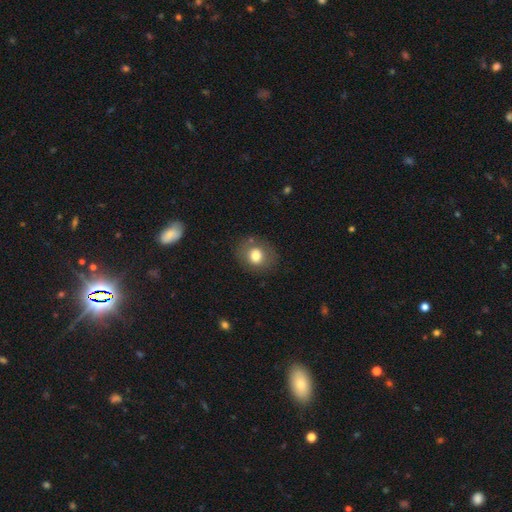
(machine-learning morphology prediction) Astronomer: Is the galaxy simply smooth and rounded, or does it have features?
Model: smooth — 76%.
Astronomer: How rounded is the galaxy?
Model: round — 64%.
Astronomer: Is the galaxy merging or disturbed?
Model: none — 80%.